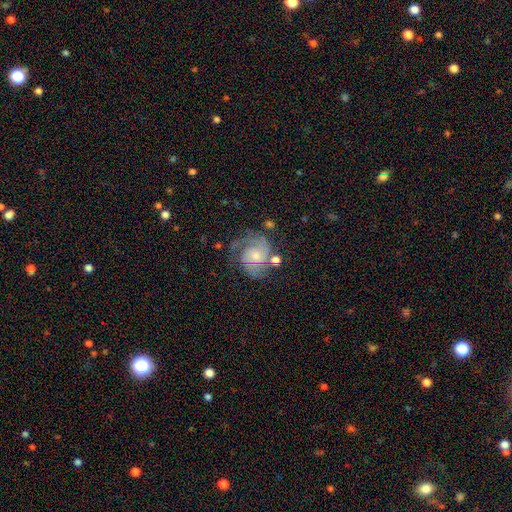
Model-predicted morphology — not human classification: Smooth or featured: featured or disk — 83% (smooth — 10%)
Edge-on disk: no — 98% (yes — 2%)
Bar: no — 71% (weak — 25%)
Spiral arms: yes — 96% (no — 4%)
Spiral winding: tight — 49% (medium — 40%)
Spiral arm count: 2 — 59% (can't tell — 14%)
Bulge size: small — 57% (moderate — 33%)
Merging: none — 60% (minor disturbance — 20%)